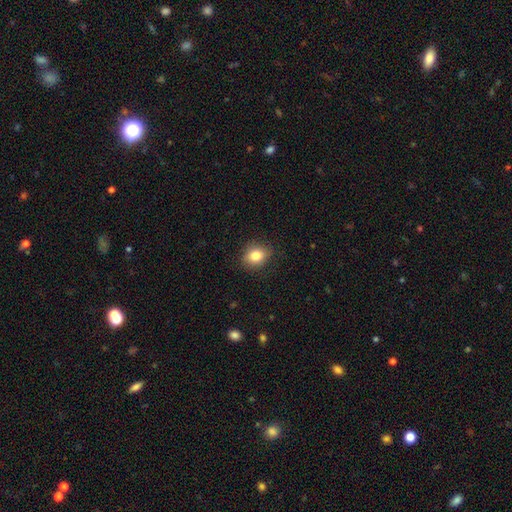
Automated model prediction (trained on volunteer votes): A smooth galaxy with no disk features (82%) that is round (55%).

Vote fractions:
- Smooth or featured? smooth: 82% / star or artifact: 10% / featured or disk: 8%
- How rounded? round: 55% / in between: 44% / cigar-shaped: 1%
- Merging? none: 84% / minor disturbance: 12% / major disturbance: 3% / merger: 1%